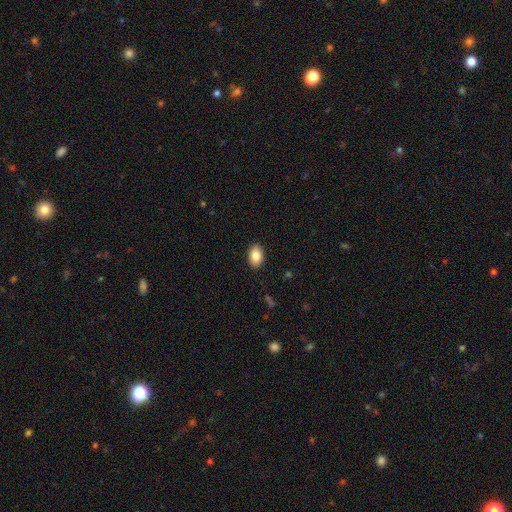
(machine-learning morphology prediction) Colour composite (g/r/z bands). It shows a smooth galaxy with no disk features (86%) that is in between round and cigar-shaped (87%). Merging: none (90%).